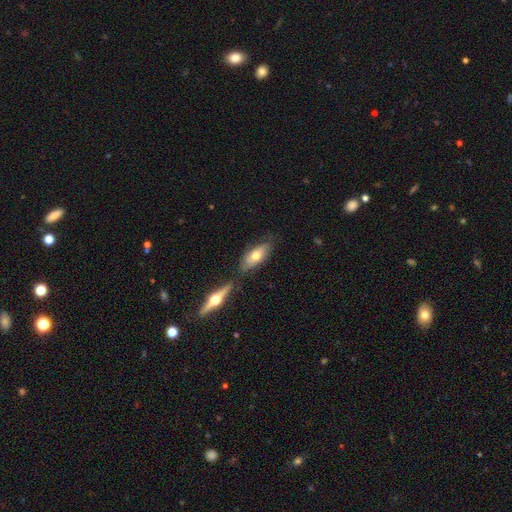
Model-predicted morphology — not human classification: This appears to be a smooth galaxy with no disk features (56%) that is in between round and cigar-shaped (78%). Merging: none (62%).